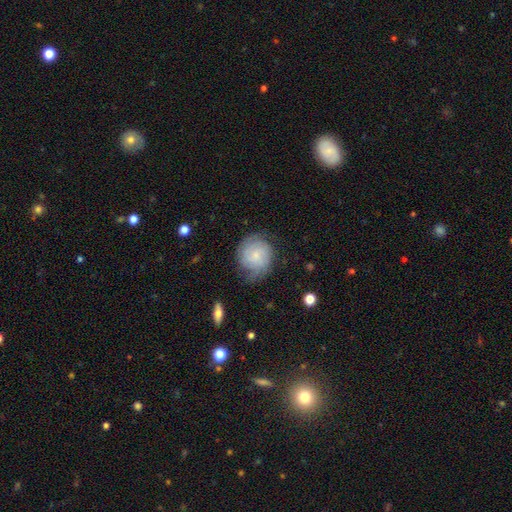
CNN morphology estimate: Smooth or featured?
  - smooth: 49% *
  - featured or disk: 43%
  - star or artifact: 8%
Merging?
  - none: 63% *
  - minor disturbance: 26%
  - major disturbance: 10%
  - merger: 2%